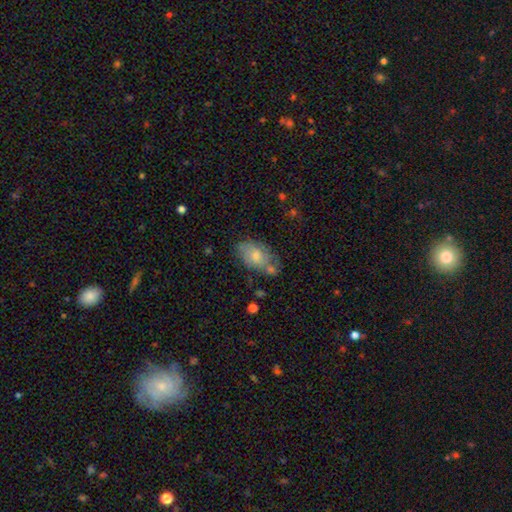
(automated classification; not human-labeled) Smooth or featured? Predicted: smooth (p=0.57). How rounded? Predicted: in between (p=0.88). Merging? Predicted: none (p=0.58).